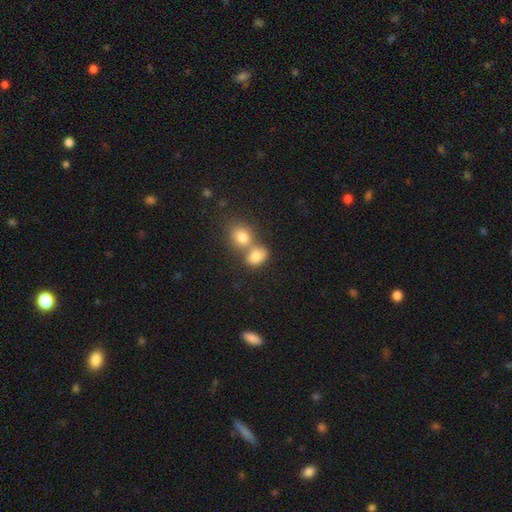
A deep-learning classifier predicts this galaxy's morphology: This appears to be a smooth galaxy with no disk features (79%) that is in between round and cigar-shaped (65%). Merging: merger (52%).